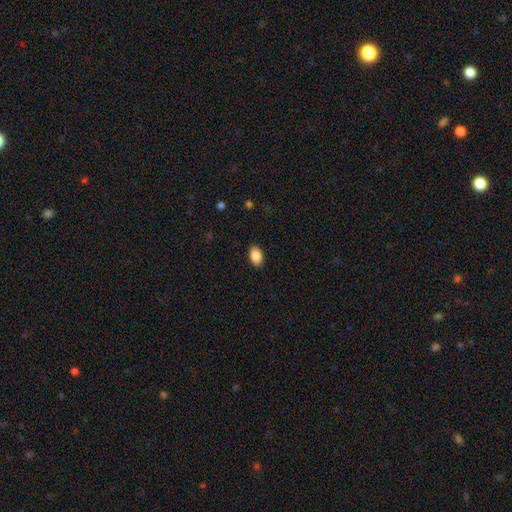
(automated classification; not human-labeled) This appears to be a smooth galaxy with no disk features (89%) that is in between round and cigar-shaped (90%). Merging: none (89%).